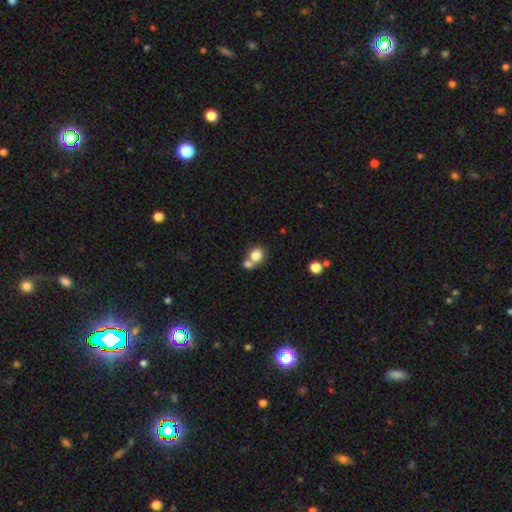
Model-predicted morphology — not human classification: Smooth or featured?
  - smooth: 80% *
  - star or artifact: 10%
  - featured or disk: 10%
How rounded?
  - round: 73% *
  - in between: 26%
  - cigar-shaped: 1%
Merging?
  - merger: 46% *
  - none: 42%
  - minor disturbance: 8%
  - major disturbance: 4%